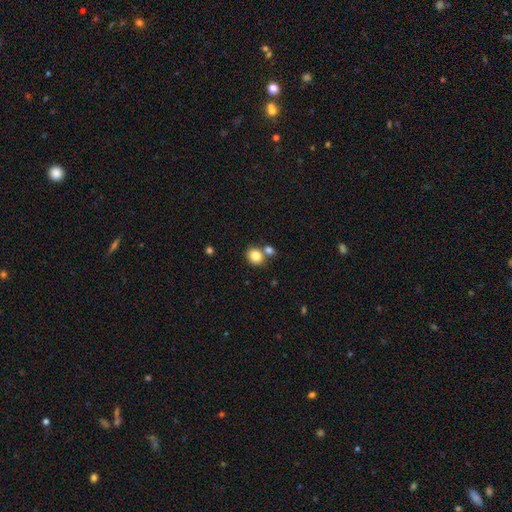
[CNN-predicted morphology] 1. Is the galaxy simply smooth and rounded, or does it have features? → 84% smooth, 9% star or artifact, 7% featured or disk.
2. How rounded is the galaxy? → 60% round, 39% in between, 1% cigar-shaped.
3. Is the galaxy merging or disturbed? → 57% none, 30% merger, 10% minor disturbance, 3% major disturbance.